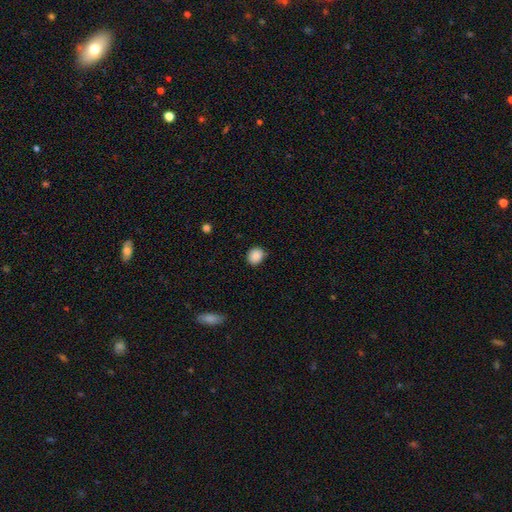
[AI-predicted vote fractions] This appears to be a smooth galaxy with no disk features (89%) that is round (70%). Merging: none (86%).